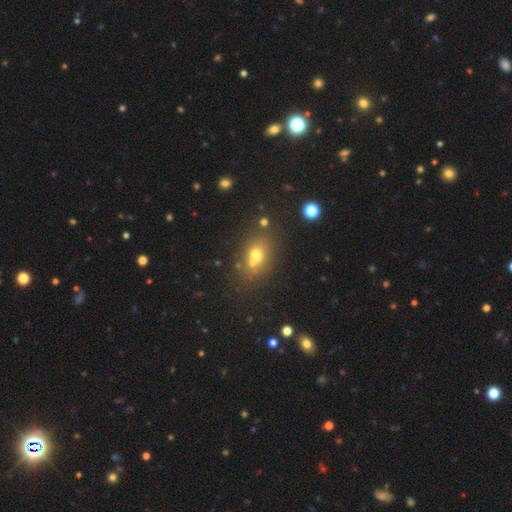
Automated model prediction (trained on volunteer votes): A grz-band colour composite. It shows a smooth galaxy with no disk features (62%) that is in between round and cigar-shaped (59%). Merging: none (58%).